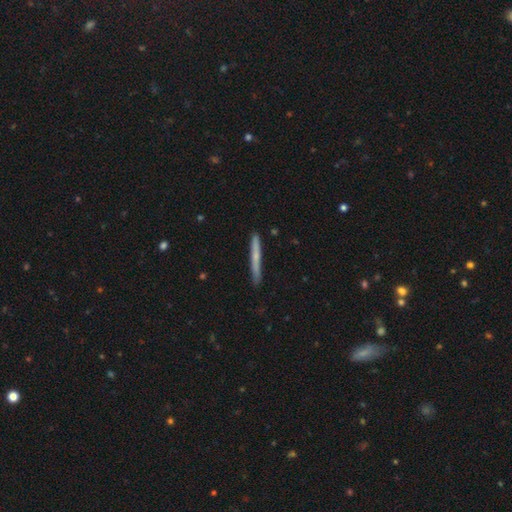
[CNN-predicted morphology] A smooth galaxy with no disk features (53%) that is cigar-shaped (97%). Merging: none (87%).